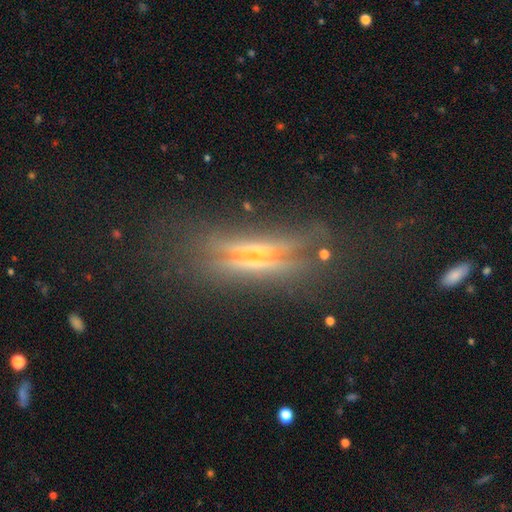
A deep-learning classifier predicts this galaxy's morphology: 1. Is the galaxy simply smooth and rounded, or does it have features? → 72% featured or disk, 15% smooth, 12% star or artifact.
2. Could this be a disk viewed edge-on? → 86% yes, 14% no.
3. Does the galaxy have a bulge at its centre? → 70% rounded, 16% none, 15% boxy.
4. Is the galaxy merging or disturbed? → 66% none, 18% minor disturbance, 12% major disturbance, 4% merger.